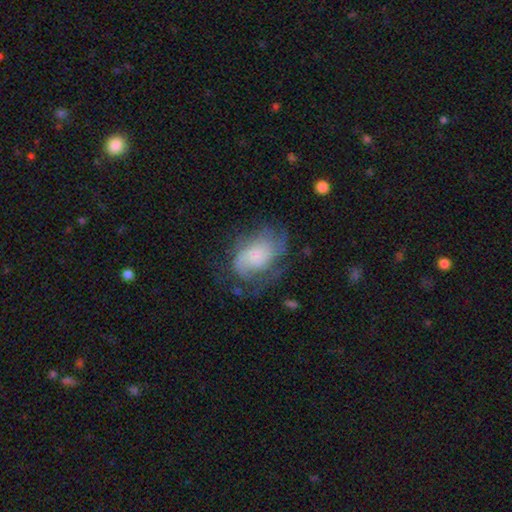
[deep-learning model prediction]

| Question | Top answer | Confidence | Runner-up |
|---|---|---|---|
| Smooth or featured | featured or disk | 55% | smooth (36%) |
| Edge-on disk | no | 97% | yes (3%) |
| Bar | no | 76% | weak (20%) |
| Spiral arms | yes | 81% | no (19%) |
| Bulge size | small | 34% | none (23%) |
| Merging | none | 47% | minor disturbance (26%) |